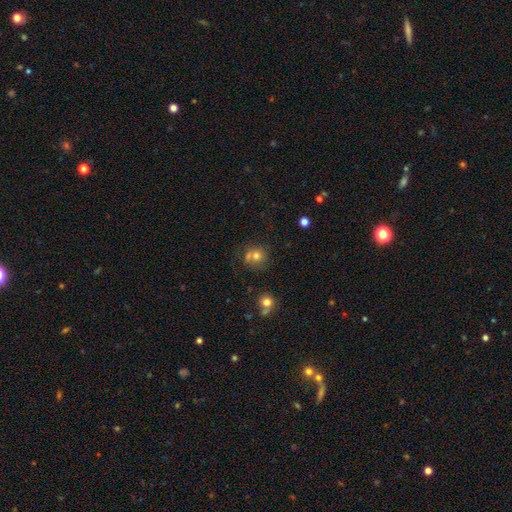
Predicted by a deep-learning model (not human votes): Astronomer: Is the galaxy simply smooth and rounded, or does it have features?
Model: smooth — 70%.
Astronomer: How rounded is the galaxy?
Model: round — 85%.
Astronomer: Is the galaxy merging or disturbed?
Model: none — 58%.